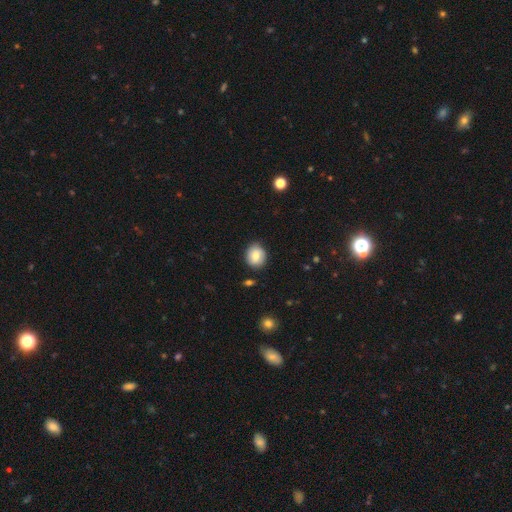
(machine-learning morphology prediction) smooth_or_featured: smooth (p=0.74) [alt: featured or disk p=0.17]
how_rounded: round (p=0.69) [alt: in between p=0.30]
merging: none (p=0.84) [alt: minor disturbance p=0.12]